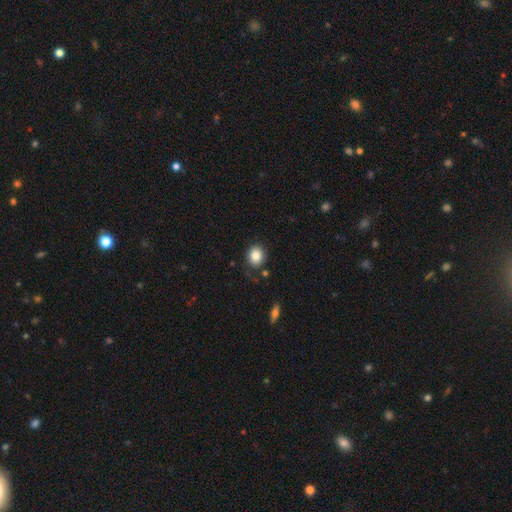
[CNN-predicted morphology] This is clearly a smooth galaxy (84%). How rounded: likely round (72%). Merging: clearly none (81%).